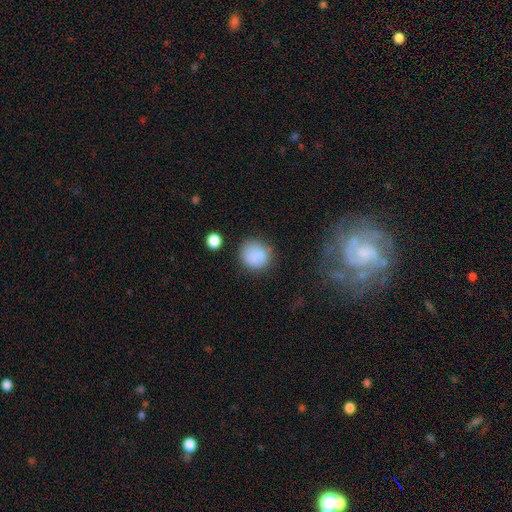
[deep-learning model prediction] Morphology: type=smooth (84%); roundness=round (84%); merging=none (73%).